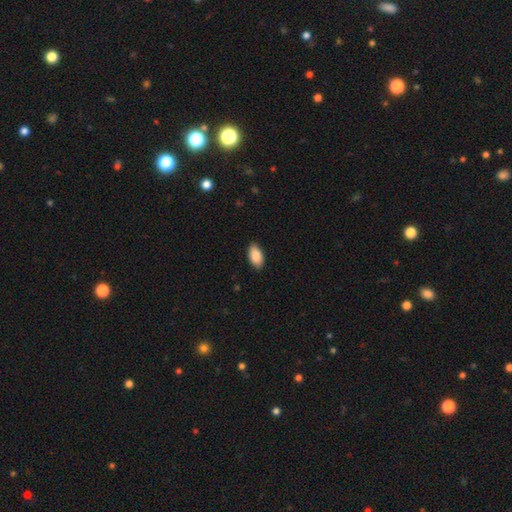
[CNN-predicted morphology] Smooth or featured? smooth (90%)
How rounded? in between (95%)
Merging? none (88%)